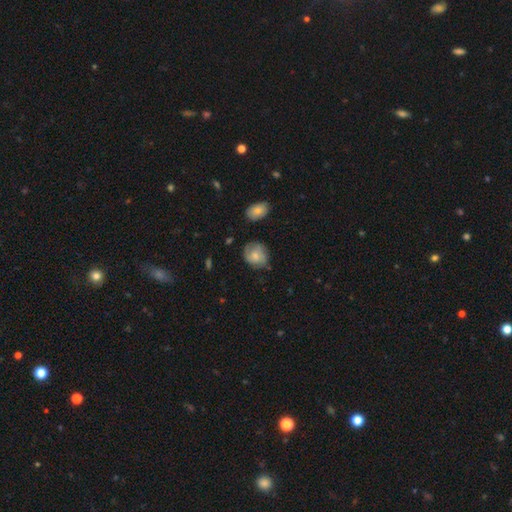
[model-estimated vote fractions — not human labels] Overall: smooth (64%; featured or disk 29%). How rounded: round (70%). Merging: none (64%; minor disturbance 27%).